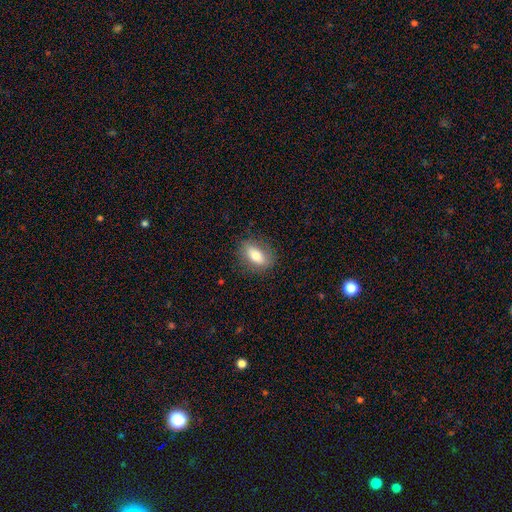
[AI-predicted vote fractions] smooth_or_featured: smooth (p=0.74) [alt: featured or disk p=0.18]
how_rounded: in between (p=0.82) [alt: round p=0.09]
merging: none (p=0.82) [alt: minor disturbance p=0.13]